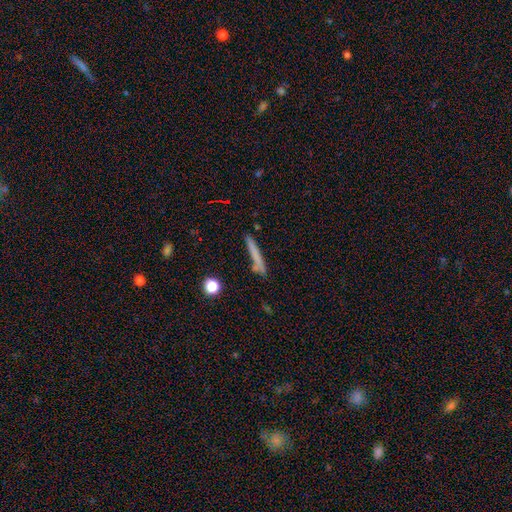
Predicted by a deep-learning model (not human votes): This appears to be a smooth galaxy with no disk features (70%) that is cigar-shaped (95%). Merging: none (79%).